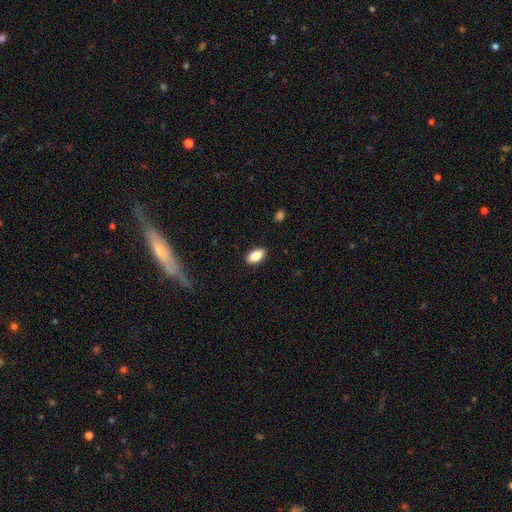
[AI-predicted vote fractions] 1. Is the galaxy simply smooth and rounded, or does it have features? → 85% smooth, 8% featured or disk, 7% star or artifact.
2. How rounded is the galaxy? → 91% in between, 5% round, 4% cigar-shaped.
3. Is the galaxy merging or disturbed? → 88% none, 9% minor disturbance, 2% major disturbance, 1% merger.